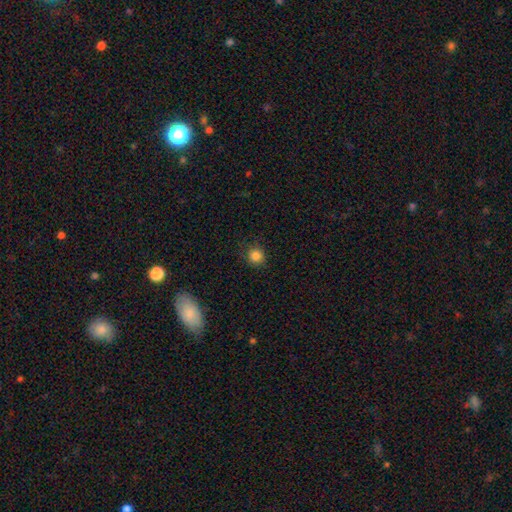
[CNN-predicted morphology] smooth_or_featured: smooth (p=0.84) [alt: star or artifact p=0.12]
how_rounded: round (p=0.91) [alt: in between p=0.08]
merging: none (p=0.85) [alt: minor disturbance p=0.11]